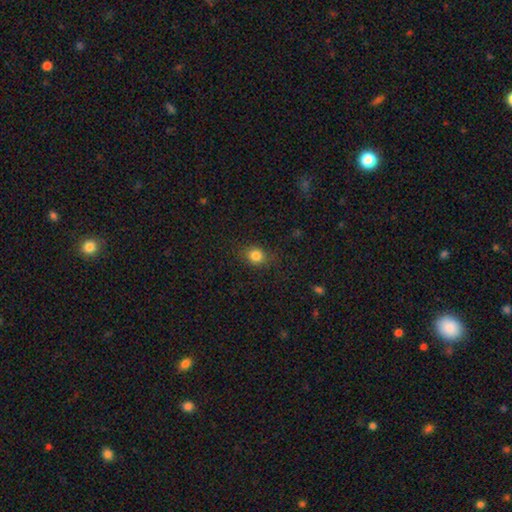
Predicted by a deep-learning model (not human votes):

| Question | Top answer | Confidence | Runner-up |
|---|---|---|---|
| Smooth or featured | smooth | 83% | star or artifact (12%) |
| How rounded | round | 70% | in between (29%) |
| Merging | none | 84% | minor disturbance (11%) |